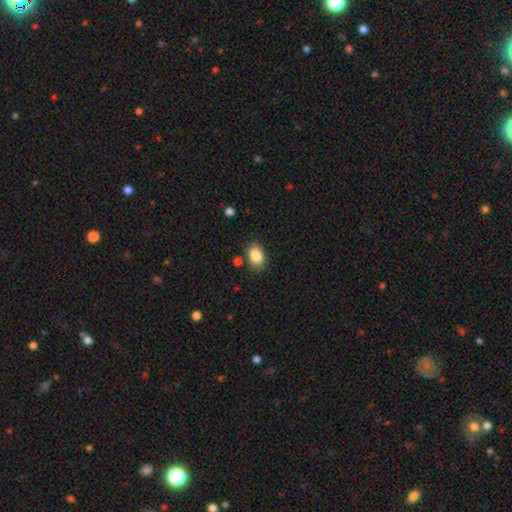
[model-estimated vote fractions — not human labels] A smooth galaxy with no disk features (85%) that is in between round and cigar-shaped (79%). Merging: none (82%).